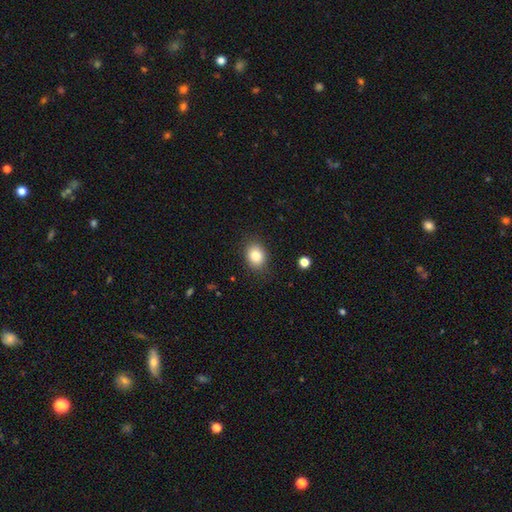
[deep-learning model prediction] Smooth or featured? Predicted: smooth (p=0.82). How rounded? Predicted: in between (p=0.53). Merging? Predicted: none (p=0.85).